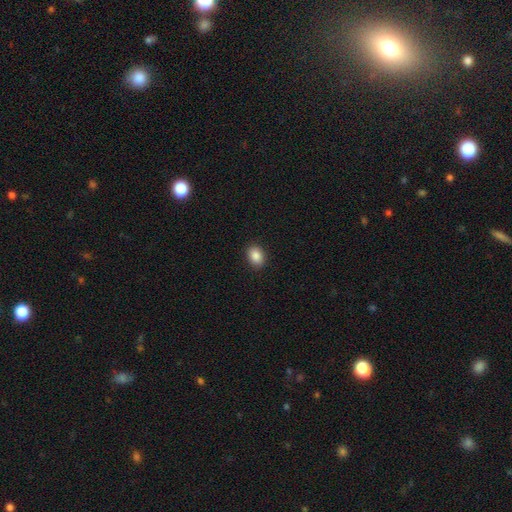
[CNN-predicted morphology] A smooth galaxy with no disk features (88%) that is in between round and cigar-shaped (72%).

Vote fractions:
- Smooth or featured? smooth: 88% / star or artifact: 8% / featured or disk: 4%
- How rounded? in between: 72% / round: 27% / cigar-shaped: 1%
- Merging? none: 90% / minor disturbance: 7% / major disturbance: 2% / merger: 1%